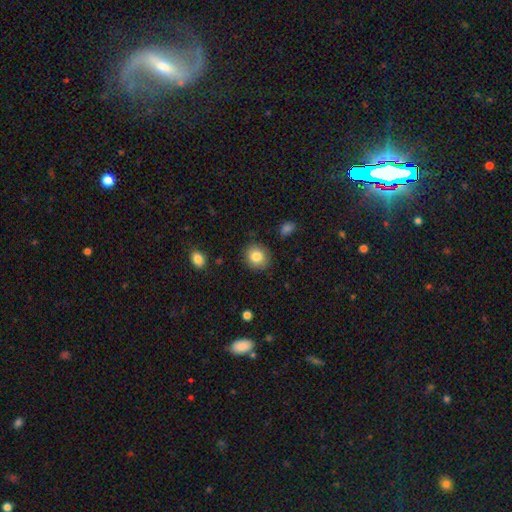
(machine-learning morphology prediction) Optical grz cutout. It shows a smooth galaxy with no disk features (83%) that is round (80%). Merging: none (88%).